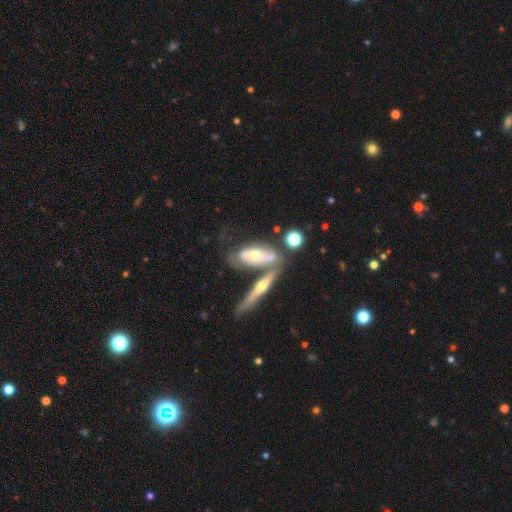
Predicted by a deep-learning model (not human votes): smooth_or_featured: featured or disk (p=0.62) [alt: smooth p=0.32]
disk_edge_on: no (p=0.54) [alt: yes p=0.46]
merging: merger (p=0.42) [alt: none p=0.35]